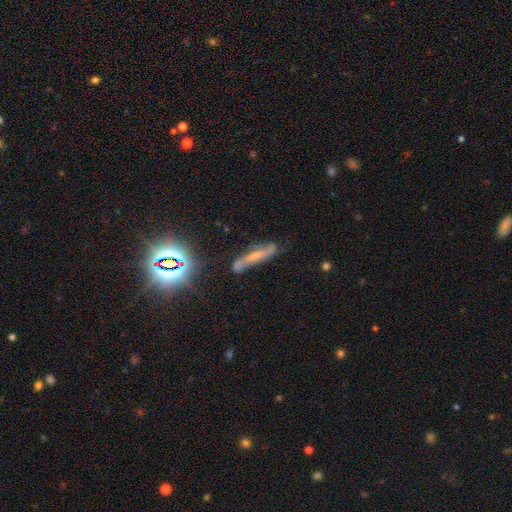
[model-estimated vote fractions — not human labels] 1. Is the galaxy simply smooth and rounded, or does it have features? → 55% featured or disk, 29% smooth, 16% star or artifact.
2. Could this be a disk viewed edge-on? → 62% no, 38% yes.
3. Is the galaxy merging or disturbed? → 63% none, 23% minor disturbance, 8% major disturbance, 5% merger.